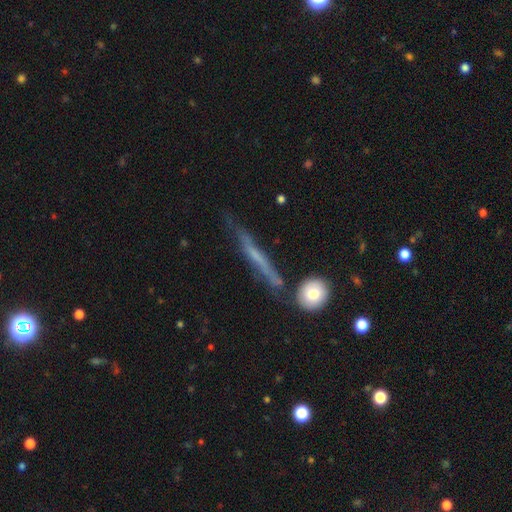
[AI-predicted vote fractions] The model was most divided on "smooth or featured": featured or disk: 58%, smooth: 32%, star or artifact: 10%. More confident: edge-on disk — yes (89%); merging — none (74%); edge-on bulge — none (64%).